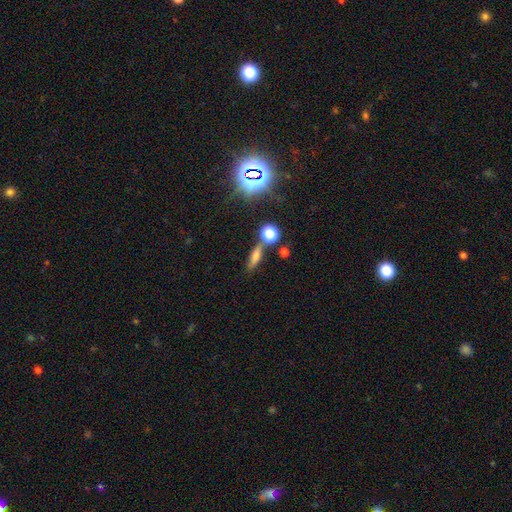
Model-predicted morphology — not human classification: A smooth galaxy with no disk features (59%) that is cigar-shaped (52%). Merging: none (68%).